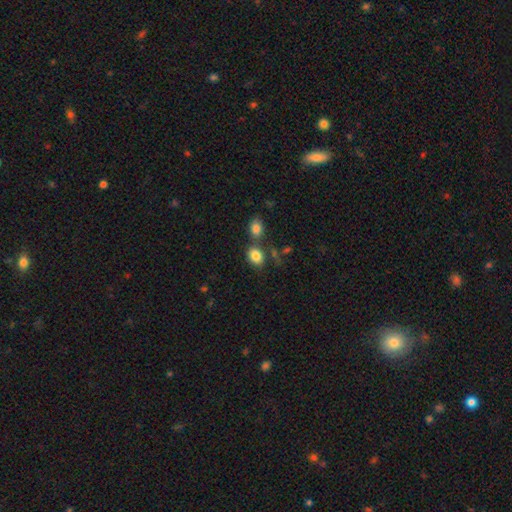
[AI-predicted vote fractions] Q: Smooth or featured?
A: smooth (84%); runner-up: star or artifact (9%)
Q: How rounded?
A: in between (70%); runner-up: round (29%)
Q: Merging?
A: none (59%); runner-up: merger (23%)